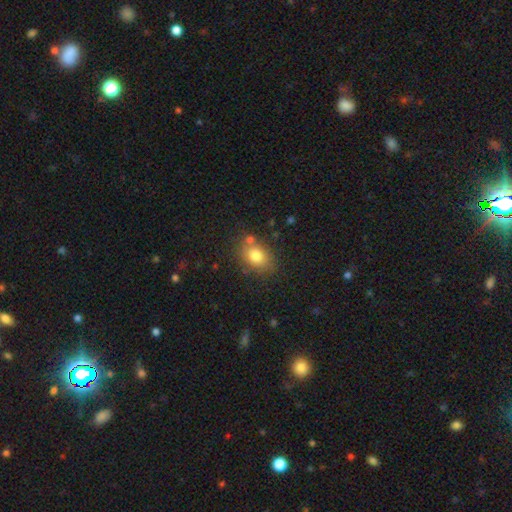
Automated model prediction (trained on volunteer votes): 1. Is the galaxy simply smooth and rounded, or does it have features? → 79% smooth, 11% featured or disk, 10% star or artifact.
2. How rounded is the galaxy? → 70% in between, 29% round, 1% cigar-shaped.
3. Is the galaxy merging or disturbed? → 73% none, 14% minor disturbance, 9% merger, 4% major disturbance.